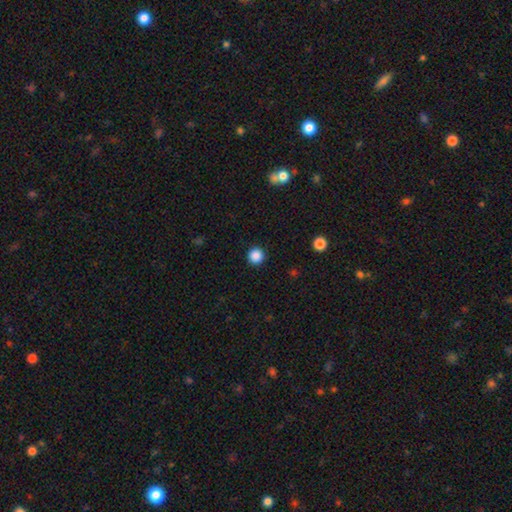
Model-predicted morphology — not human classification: This appears to be a smooth galaxy with no disk features (87%) that is round (96%). Merging: none (92%).